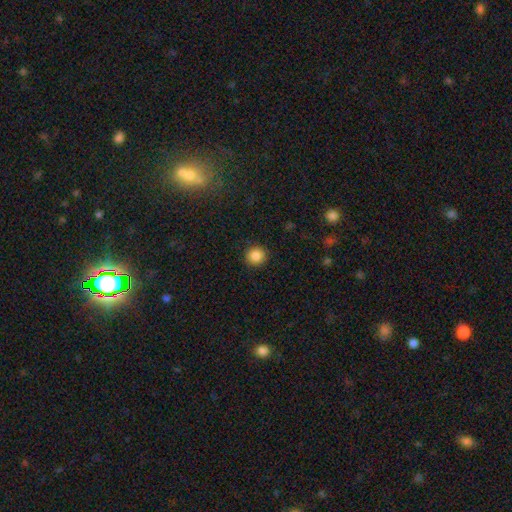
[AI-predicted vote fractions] smooth 86%, star or artifact 10%, featured or disk 4%. Down the decision tree: how rounded — round (93%); merging — none (91%).